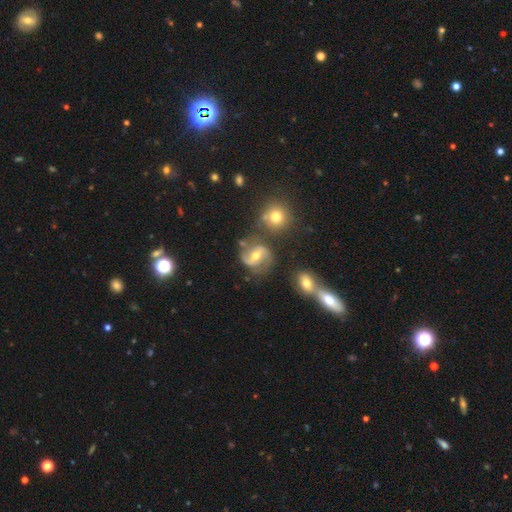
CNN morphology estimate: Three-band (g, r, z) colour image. It shows a featured or disk galaxy (78%) with a weak bar (43%), 2 (90%) medium (54%) spiral arms (92%) and a moderate central bulge (74%). Merging: none (68%).